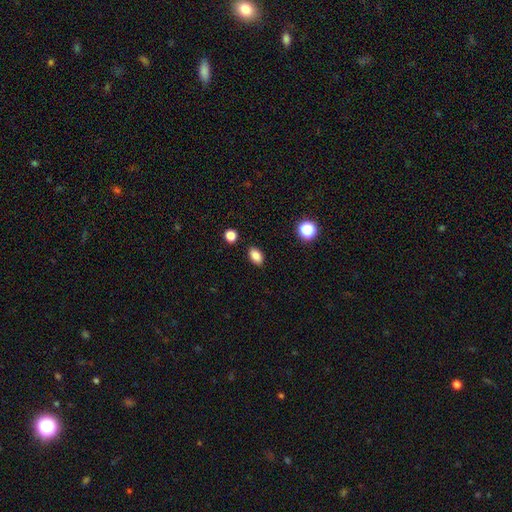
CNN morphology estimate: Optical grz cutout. It shows a smooth galaxy with no disk features (86%) that is in between round and cigar-shaped (88%). Merging: none (88%).